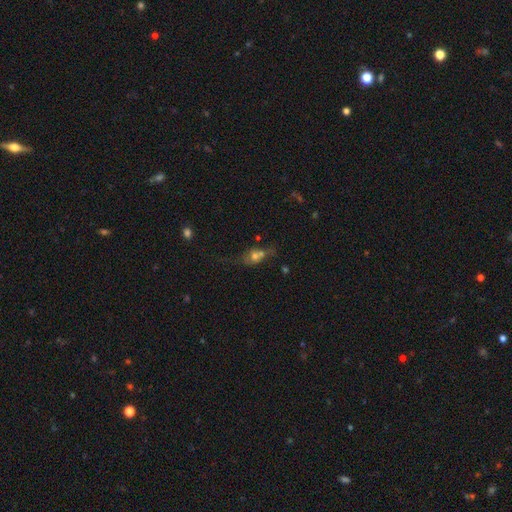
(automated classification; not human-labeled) A smooth galaxy with no disk features (54%) that is in between round and cigar-shaped (49%). Merging: merger (38%).